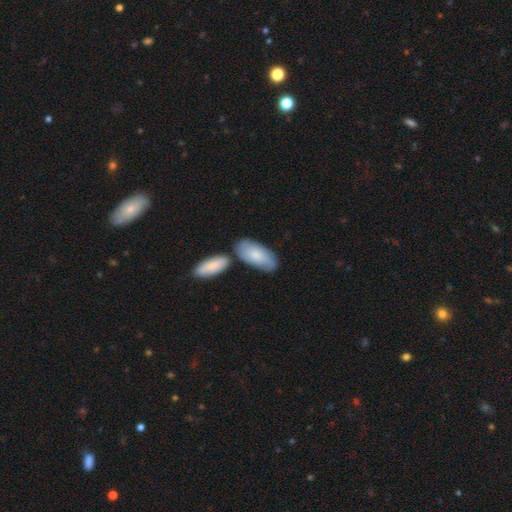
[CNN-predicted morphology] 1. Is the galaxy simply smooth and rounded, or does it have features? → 73% smooth, 22% featured or disk, 5% star or artifact.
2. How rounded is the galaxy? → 90% in between, 8% cigar-shaped, 2% round.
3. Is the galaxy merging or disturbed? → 58% none, 20% merger, 17% minor disturbance, 4% major disturbance.